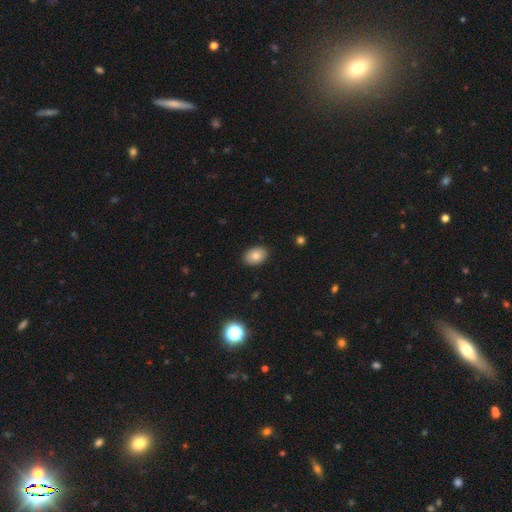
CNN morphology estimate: Q: Smooth or featured?
A: smooth (83%); runner-up: star or artifact (9%)
Q: How rounded?
A: in between (81%); runner-up: round (18%)
Q: Merging?
A: none (89%); runner-up: minor disturbance (8%)